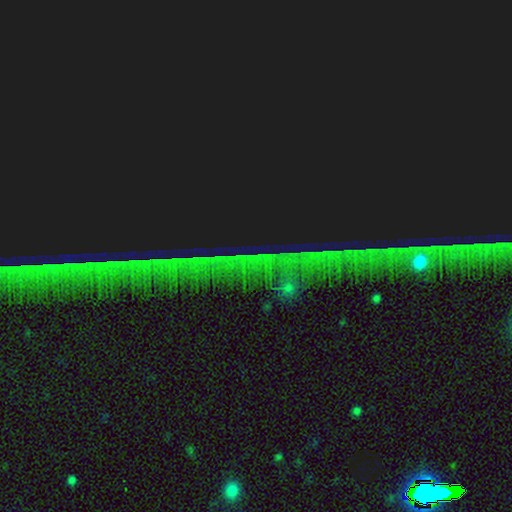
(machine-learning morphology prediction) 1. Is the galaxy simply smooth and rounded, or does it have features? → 85% star or artifact, 8% featured or disk, 7% smooth.